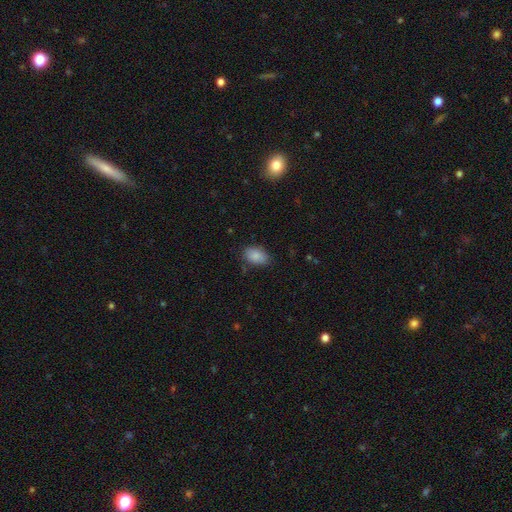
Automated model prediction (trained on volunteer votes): This appears to be a smooth galaxy with no disk features (87%) that is in between round and cigar-shaped (89%). Merging: none (77%).